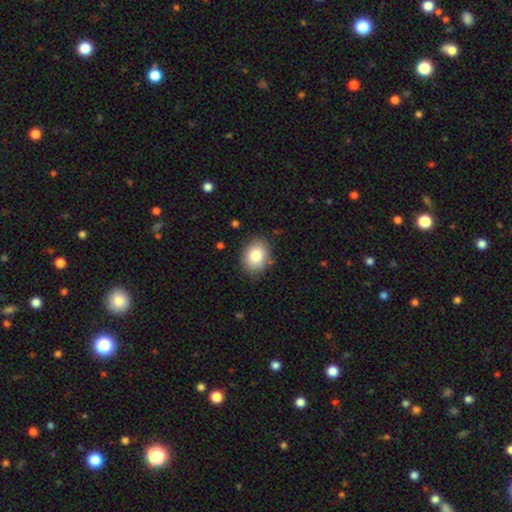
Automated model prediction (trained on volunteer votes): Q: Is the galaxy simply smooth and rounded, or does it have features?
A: smooth — 85%.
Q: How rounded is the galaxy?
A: in between — 68%.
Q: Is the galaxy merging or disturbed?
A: none — 85%.